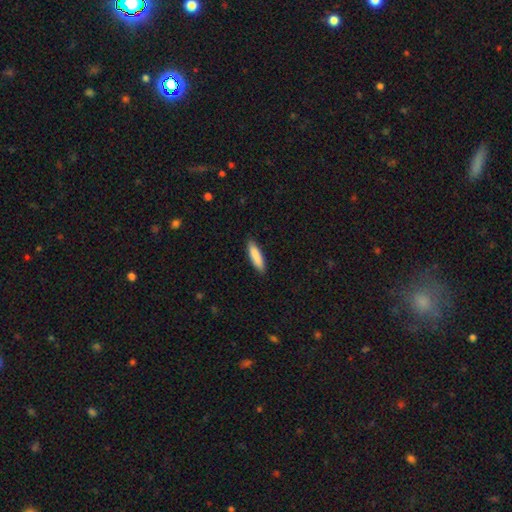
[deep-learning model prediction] Overall: smooth (88%). How rounded: cigar-shaped (71%). Merging: none (89%).